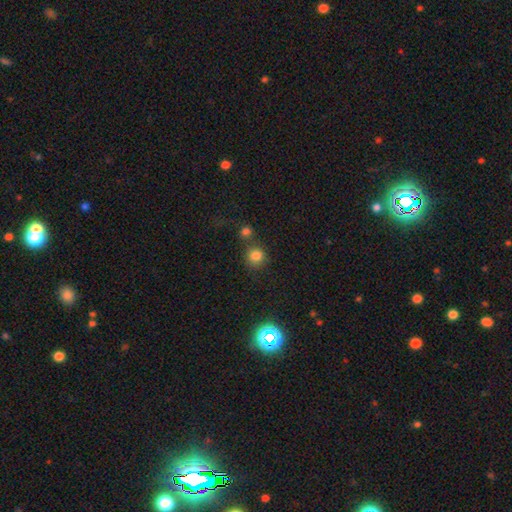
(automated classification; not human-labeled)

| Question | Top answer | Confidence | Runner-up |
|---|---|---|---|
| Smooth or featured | smooth | 79% | star or artifact (15%) |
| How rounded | round | 89% | in between (10%) |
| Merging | none | 67% | merger (19%) |